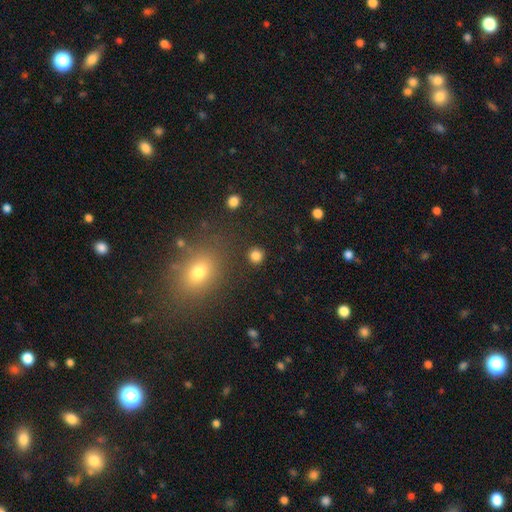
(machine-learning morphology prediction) Q: Smooth or featured?
A: smooth (83%); runner-up: star or artifact (13%)
Q: How rounded?
A: round (89%); runner-up: in between (10%)
Q: Merging?
A: none (88%); runner-up: minor disturbance (6%)